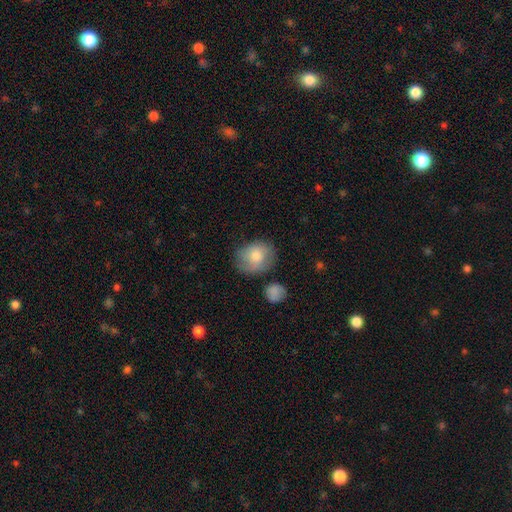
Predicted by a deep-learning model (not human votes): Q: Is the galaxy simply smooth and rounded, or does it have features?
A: smooth — 74%.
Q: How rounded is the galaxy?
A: round — 53%.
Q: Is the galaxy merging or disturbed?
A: none — 66%.